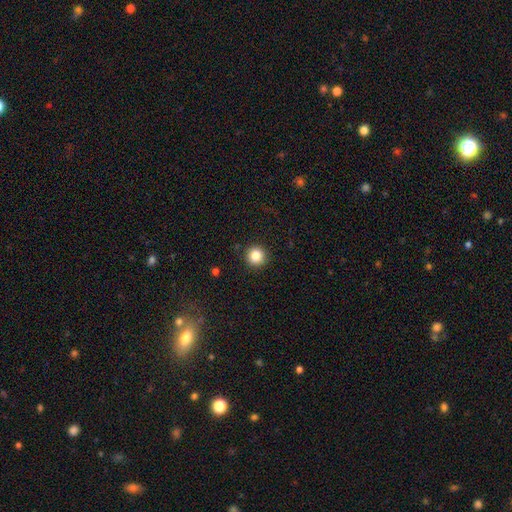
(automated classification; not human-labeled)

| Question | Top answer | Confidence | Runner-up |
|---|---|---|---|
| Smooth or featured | smooth | 85% | star or artifact (11%) |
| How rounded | round | 95% | in between (4%) |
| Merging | none | 91% | minor disturbance (6%) |